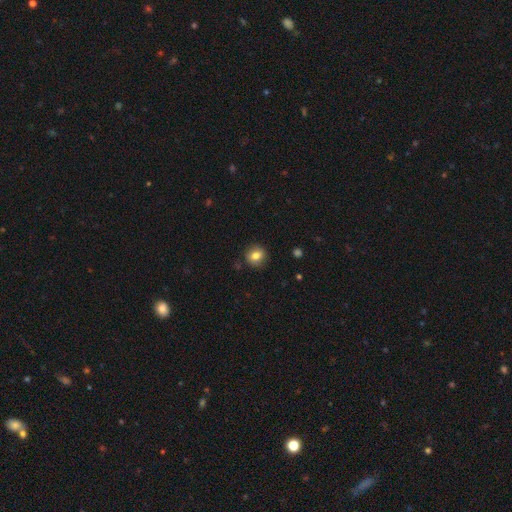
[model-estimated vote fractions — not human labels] Smooth or featured? smooth (80%)
How rounded? round (86%)
Merging? none (89%)